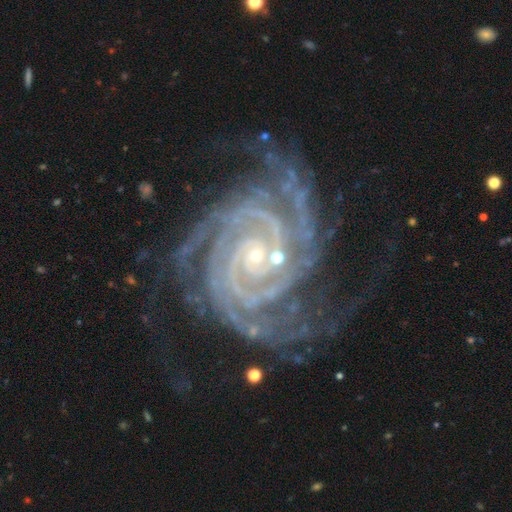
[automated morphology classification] This appears to be a featured or disk galaxy (93%) with no bar (62%), 2 (28%) tight (81%) spiral arms (99%) and a small central bulge (82%). Merging: none (68%).